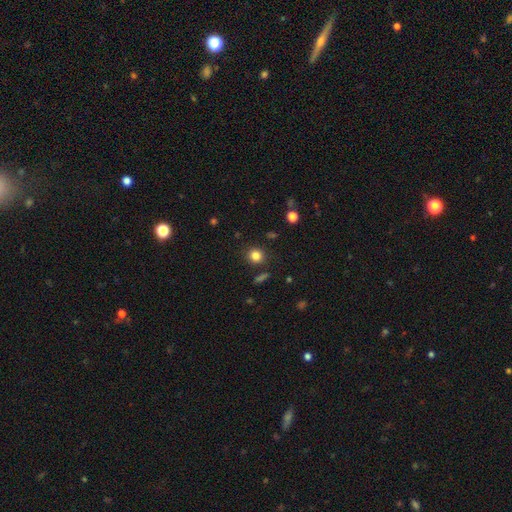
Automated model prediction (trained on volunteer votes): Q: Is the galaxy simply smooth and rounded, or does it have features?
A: smooth — 82%.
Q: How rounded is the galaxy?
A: round — 84%.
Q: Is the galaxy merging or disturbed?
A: none — 86%.